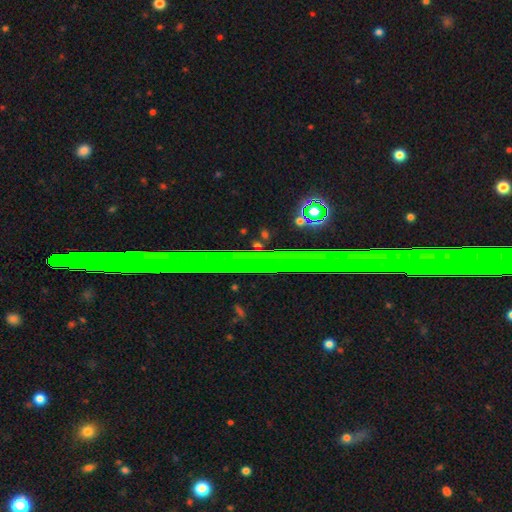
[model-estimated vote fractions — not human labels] Smooth or featured: star or artifact — 73% (featured or disk — 17%)